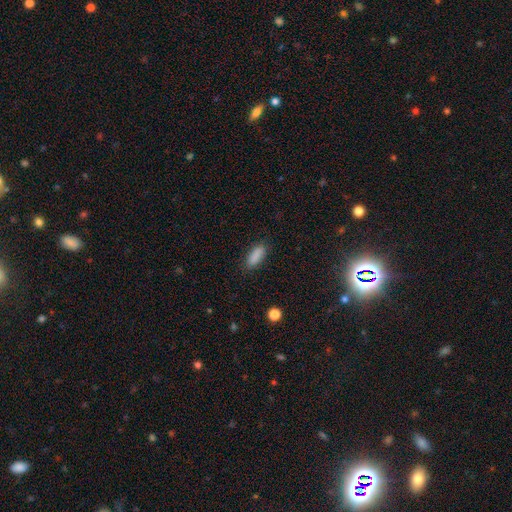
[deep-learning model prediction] smooth-or-featured: smooth: 87% | star or artifact: 8% | featured or disk: 5%
  how-rounded: in between: 71% | cigar-shaped: 27% | round: 2%
  merging: none: 85% | minor disturbance: 11% | major disturbance: 3% | merger: 1%